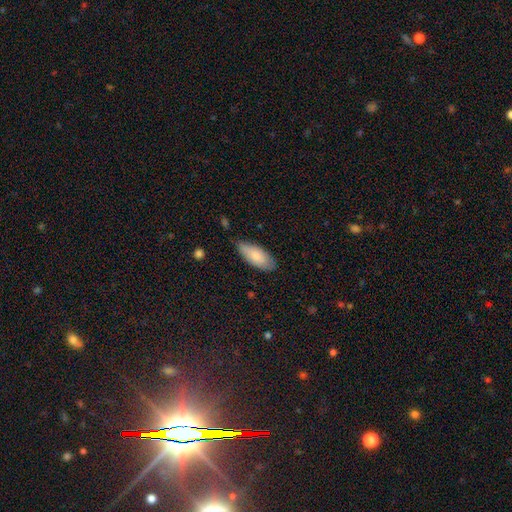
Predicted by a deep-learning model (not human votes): Q: Smooth or featured?
A: smooth (81%); runner-up: featured or disk (13%)
Q: How rounded?
A: in between (85%); runner-up: cigar-shaped (13%)
Q: Merging?
A: none (74%); runner-up: minor disturbance (22%)